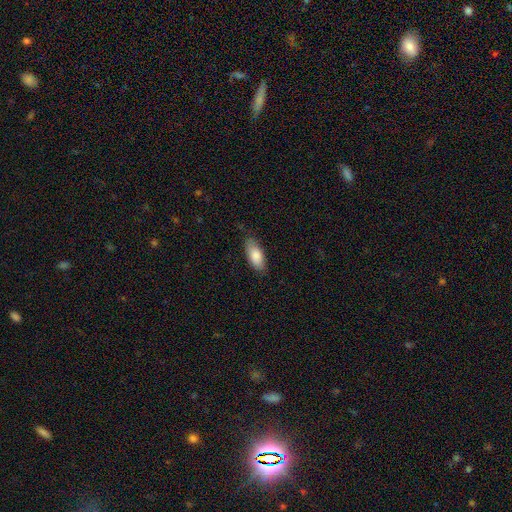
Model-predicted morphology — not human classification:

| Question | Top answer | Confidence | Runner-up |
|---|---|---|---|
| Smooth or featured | smooth | 84% | featured or disk (10%) |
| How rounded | in between | 84% | cigar-shaped (14%) |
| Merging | none | 78% | minor disturbance (18%) |